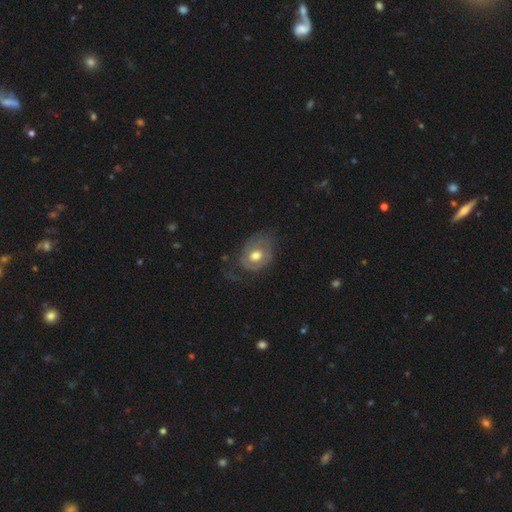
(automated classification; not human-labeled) This appears to be a featured or disk galaxy (55%) with no bar (78%), spiral arms (51%) and a moderate central bulge (65%). Merging: none (47%).